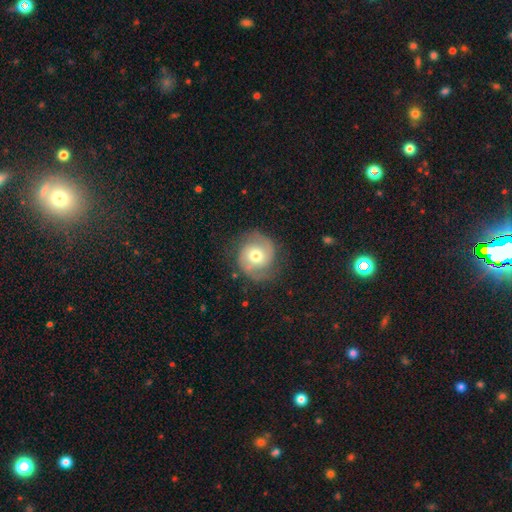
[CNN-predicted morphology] Smooth or featured?
  - featured or disk: 74% *
  - smooth: 19%
  - star or artifact: 7%
Edge-on disk?
  - no: 98% *
  - yes: 2%
Bar?
  - no: 65% *
  - weak: 28%
  - strong: 7%
Spiral arms?
  - yes: 92% *
  - no: 8%
Spiral winding?
  - medium: 48% *
  - tight: 34%
  - loose: 18%
Spiral arm count?
  - 2: 89% *
  - can't tell: 5%
  - 1: 2%
  - 3: 2%
  - 4: 1%
  - more than 4: 1%
Bulge size?
  - moderate: 71% *
  - small: 20%
  - large: 7%
  - dominant: 1%
  - none: 1%
Merging?
  - none: 78% *
  - minor disturbance: 14%
  - major disturbance: 6%
  - merger: 1%